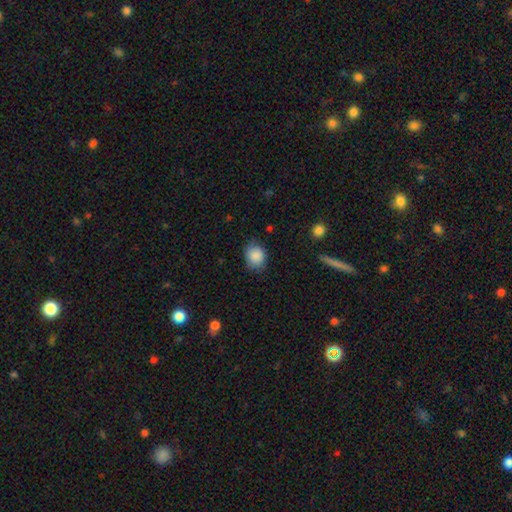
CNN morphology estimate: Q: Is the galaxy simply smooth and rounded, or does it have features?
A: smooth — 87%.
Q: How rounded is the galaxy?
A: round — 58%.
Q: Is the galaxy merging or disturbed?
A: none — 74%.